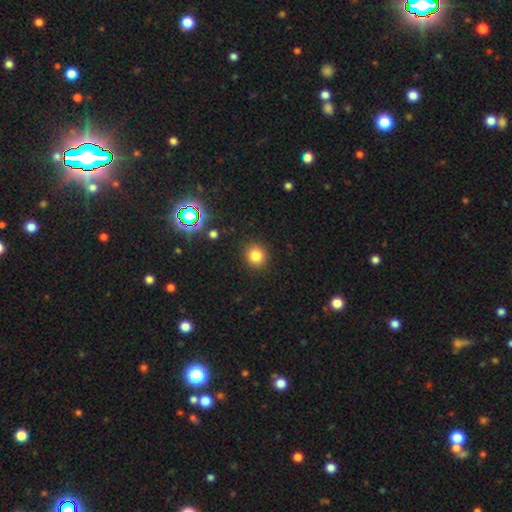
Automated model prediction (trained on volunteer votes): Q: Smooth or featured?
A: smooth (80%); runner-up: star or artifact (14%)
Q: How rounded?
A: round (88%); runner-up: in between (11%)
Q: Merging?
A: none (90%); runner-up: minor disturbance (7%)